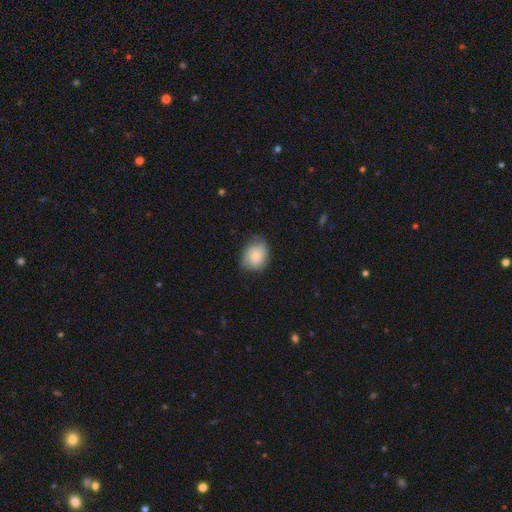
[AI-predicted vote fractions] Smooth or featured: smooth — 56% (featured or disk — 37%)
How rounded: round — 52% (in between — 47%)
Merging: none — 67% (minor disturbance — 25%)